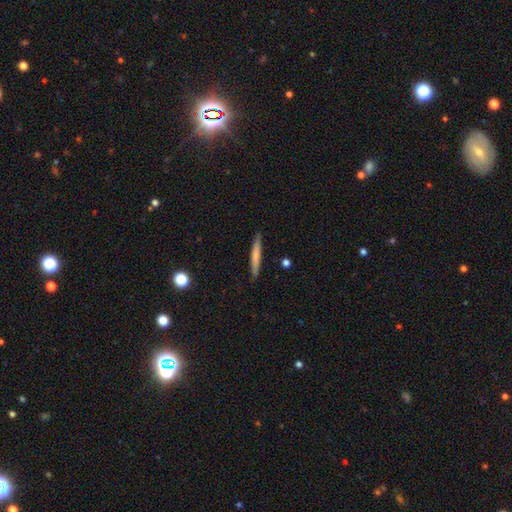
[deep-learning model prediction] Smooth or featured?
  - smooth: 63% *
  - featured or disk: 31%
  - star or artifact: 6%
How rounded?
  - cigar-shaped: 95% *
  - in between: 4%
  - round: 1%
Merging?
  - none: 88% *
  - minor disturbance: 9%
  - major disturbance: 2%
  - merger: 1%